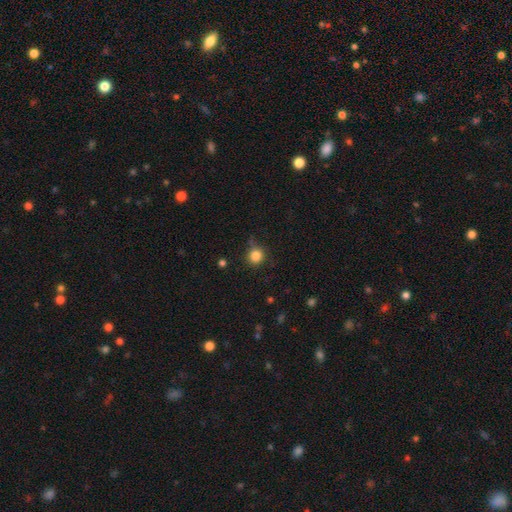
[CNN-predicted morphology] smooth-or-featured: smooth: 83% | star or artifact: 12% | featured or disk: 5%
  how-rounded: round: 92% | in between: 7% | cigar-shaped: 1%
  merging: none: 79% | minor disturbance: 14% | major disturbance: 4% | merger: 3%